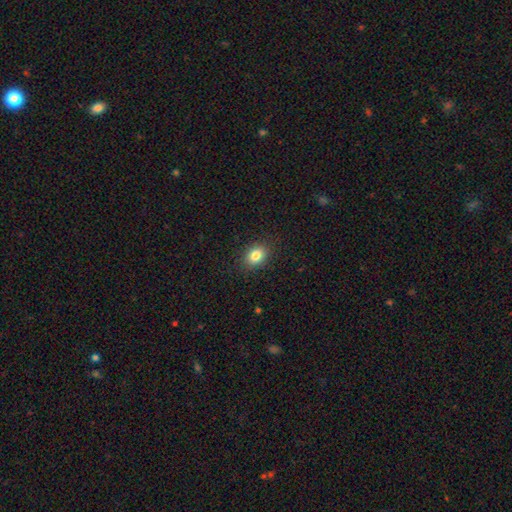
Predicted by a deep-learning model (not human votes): smooth_or_featured: smooth (p=0.84) [alt: star or artifact p=0.10]
how_rounded: in between (p=0.66) [alt: round p=0.33]
merging: none (p=0.88) [alt: minor disturbance p=0.09]